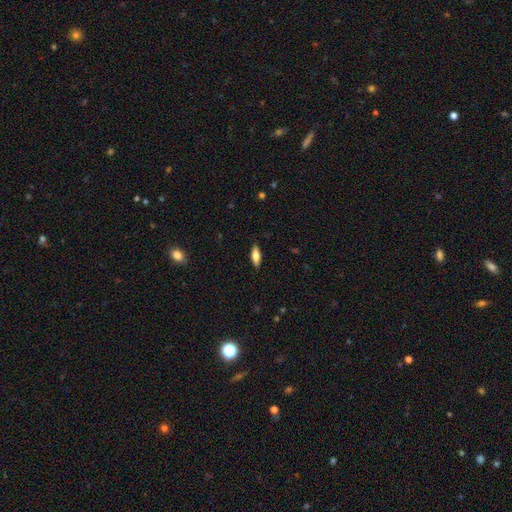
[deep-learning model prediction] Morphology: type=smooth (70%); roundness=in between (64%); merging=none (88%).